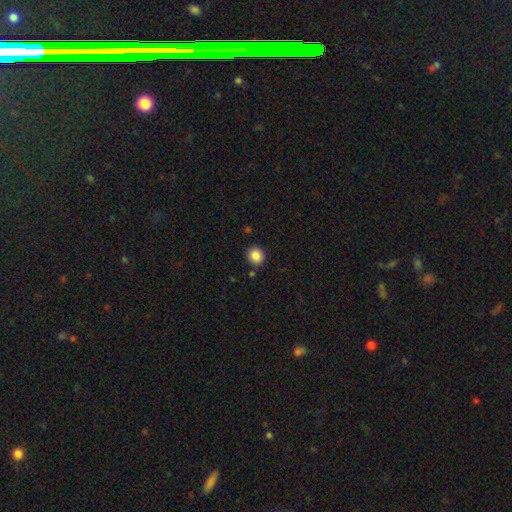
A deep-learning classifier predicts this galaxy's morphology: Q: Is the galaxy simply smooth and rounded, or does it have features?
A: smooth — 87%.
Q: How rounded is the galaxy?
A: round — 88%.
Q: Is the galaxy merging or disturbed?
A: none — 88%.